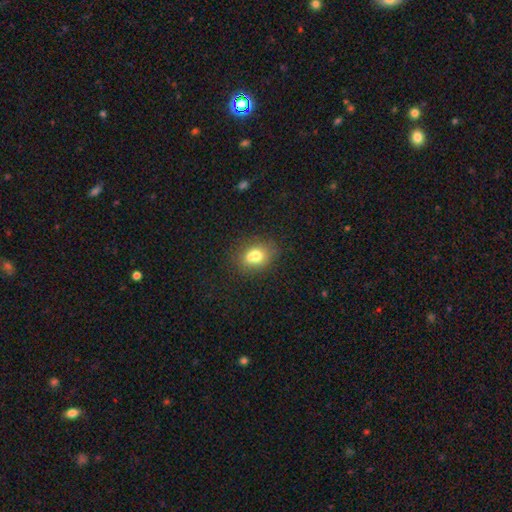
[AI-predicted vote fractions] Smooth or featured? smooth (75%)
How rounded? in between (61%)
Merging? none (60%)